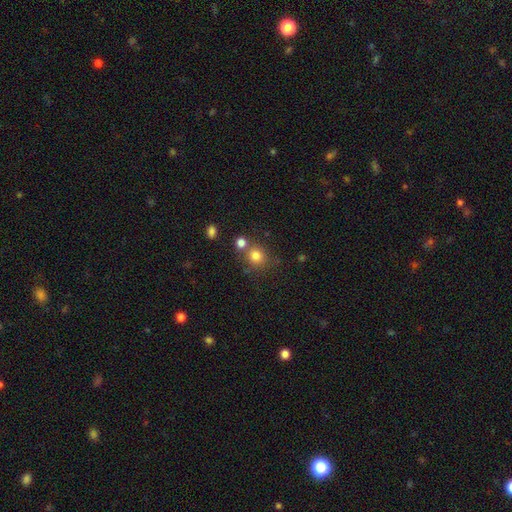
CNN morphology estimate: Q: Smooth or featured?
A: smooth (79%); runner-up: star or artifact (13%)
Q: How rounded?
A: round (86%); runner-up: in between (13%)
Q: Merging?
A: none (64%); runner-up: merger (22%)